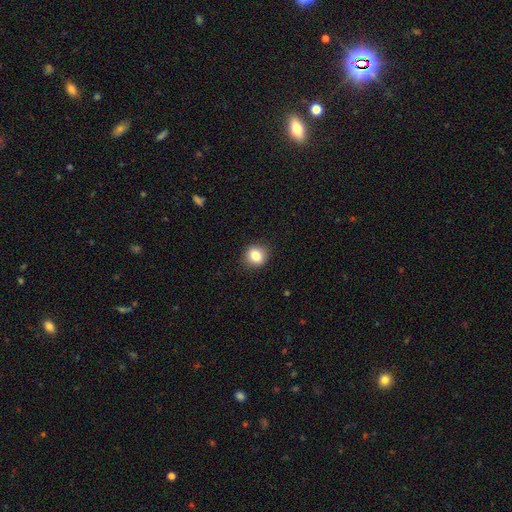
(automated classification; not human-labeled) Smooth or featured? smooth (80%)
How rounded? round (73%)
Merging? none (88%)